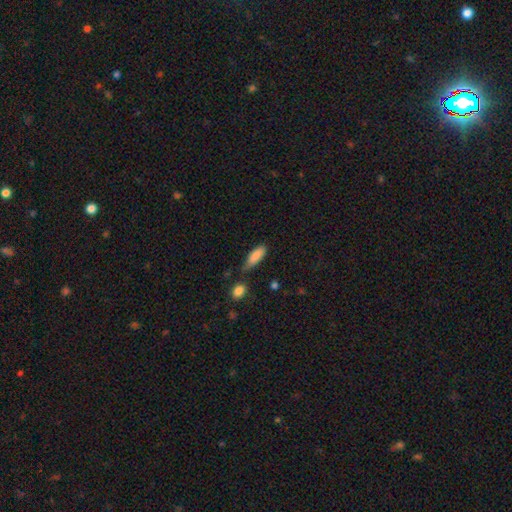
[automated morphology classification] This appears to be a smooth galaxy with no disk features (85%) that is in between round and cigar-shaped (68%). Merging: none (50%).